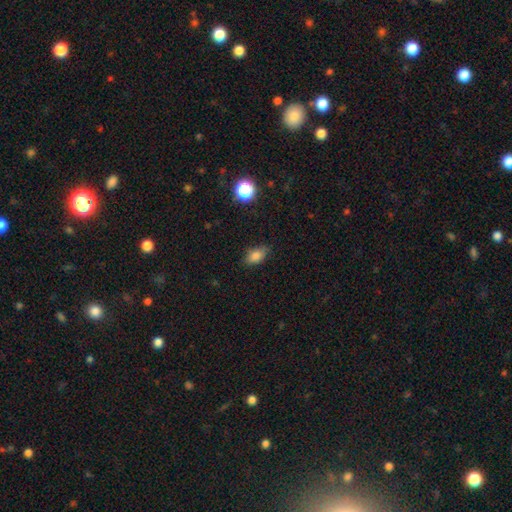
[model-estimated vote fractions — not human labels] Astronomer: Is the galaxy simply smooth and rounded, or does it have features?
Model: smooth — 81%.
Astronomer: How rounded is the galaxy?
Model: in between — 86%.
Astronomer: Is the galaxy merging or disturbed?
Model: none — 81%.